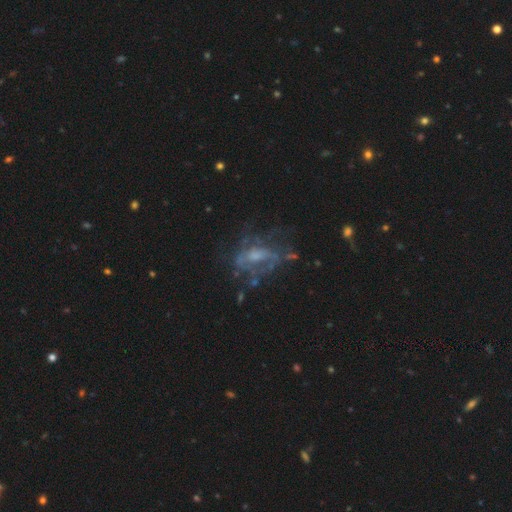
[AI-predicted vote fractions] This is likely a featured or disk galaxy (71%). It is clearly not viewed edge-on (96%). Bar: possibly no (58%). Spiral arm pattern: possibly yes (54%). Central bulge: marginally small (42%). Merging: marginally none (45%).